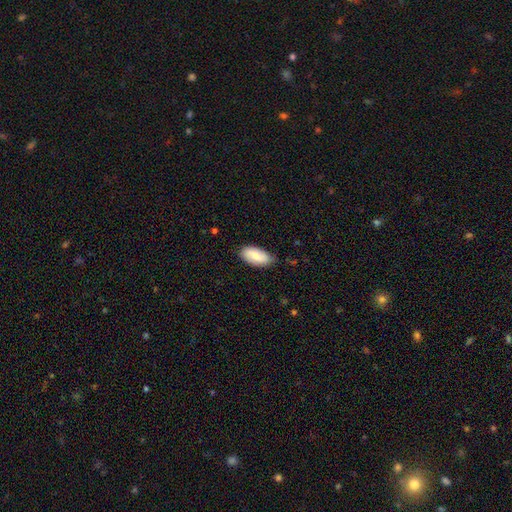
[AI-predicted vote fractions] The model was most divided on "merging": none: 75%, minor disturbance: 20%, major disturbance: 3%, merger: 1%. More confident: how rounded — in between (93%); smooth or featured — smooth (76%).